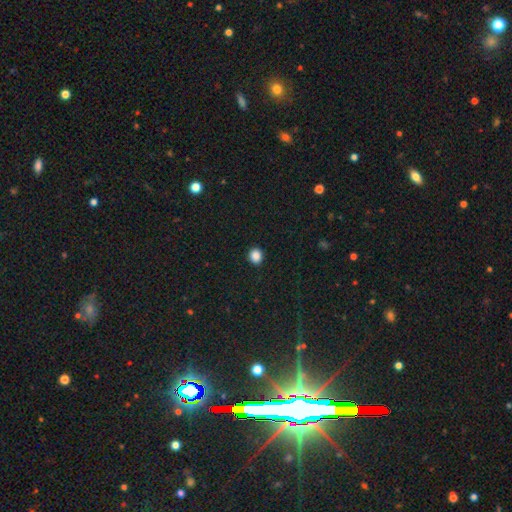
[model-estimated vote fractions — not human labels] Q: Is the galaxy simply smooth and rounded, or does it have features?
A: smooth — 87%.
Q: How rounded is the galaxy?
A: round — 75%.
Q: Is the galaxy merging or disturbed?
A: none — 91%.